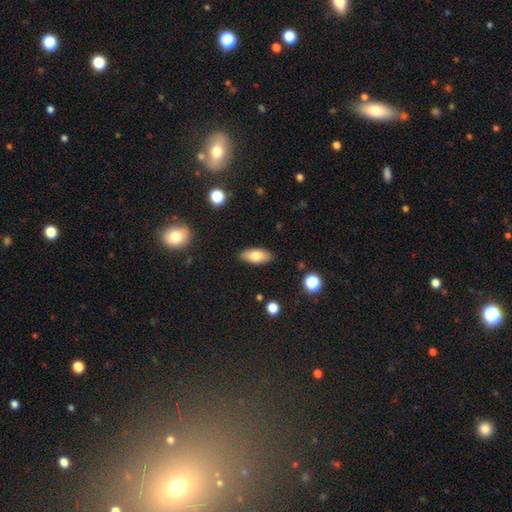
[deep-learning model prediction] This appears to be a smooth galaxy with no disk features (78%) that is in between round and cigar-shaped (86%). Merging: none (88%).